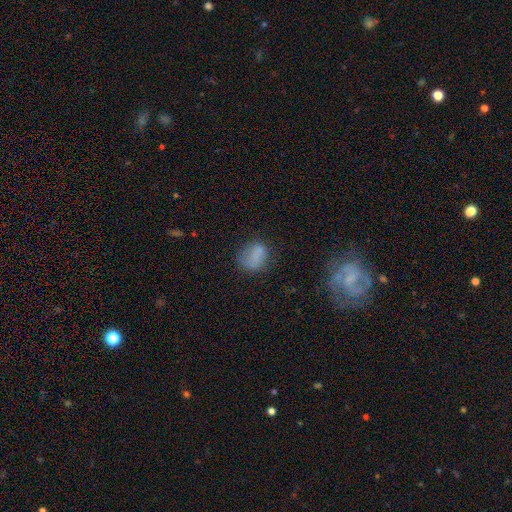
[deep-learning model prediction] A smooth galaxy with no disk features (76%) that is in between round and cigar-shaped (54%).

Vote fractions:
- Smooth or featured? smooth: 76% / star or artifact: 12% / featured or disk: 11%
- How rounded? in between: 54% / round: 44% / cigar-shaped: 2%
- Merging? none: 57% / minor disturbance: 25% / major disturbance: 14% / merger: 4%